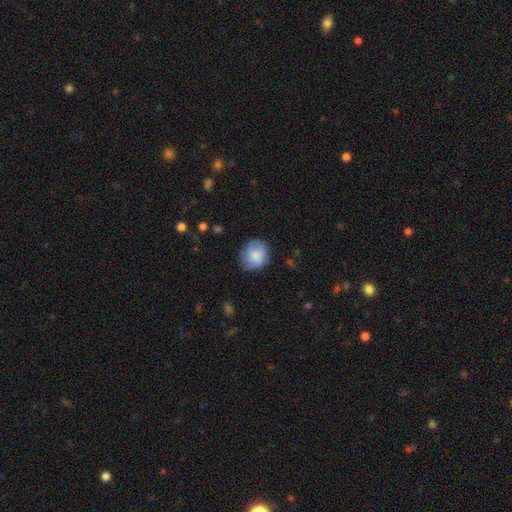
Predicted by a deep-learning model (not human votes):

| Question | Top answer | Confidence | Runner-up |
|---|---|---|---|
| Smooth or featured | smooth | 80% | featured or disk (13%) |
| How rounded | round | 82% | in between (17%) |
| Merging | none | 77% | minor disturbance (17%) |